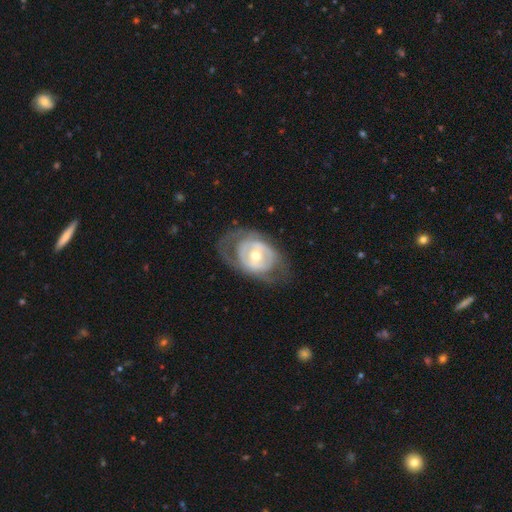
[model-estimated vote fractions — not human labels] Smooth or featured: featured or disk — 73% (smooth — 22%)
Edge-on disk: no — 95% (yes — 5%)
Bar: no — 54% (weak — 31%)
Spiral arms: yes — 54% (no — 46%)
Bulge size: moderate — 63% (small — 30%)
Merging: none — 60% (minor disturbance — 21%)